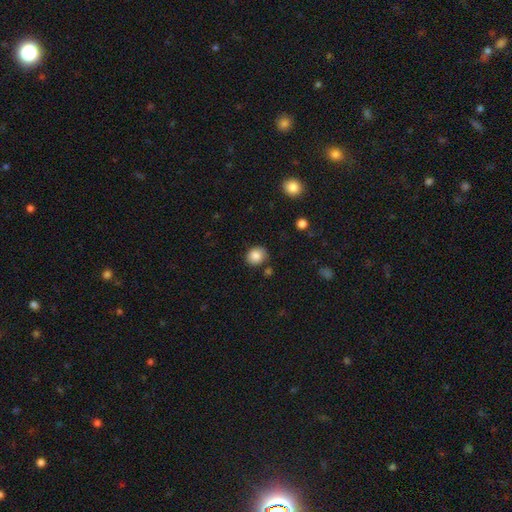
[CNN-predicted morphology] type=smooth (85%); roundness=round (74%); merging=none (81%).